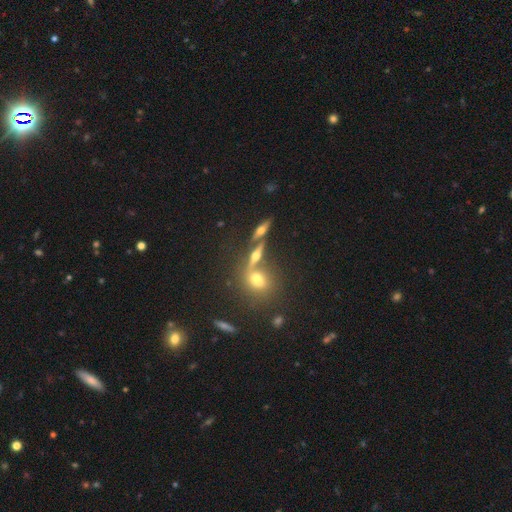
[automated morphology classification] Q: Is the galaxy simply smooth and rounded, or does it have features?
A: featured or disk — 54%.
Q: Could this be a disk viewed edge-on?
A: yes — 84%.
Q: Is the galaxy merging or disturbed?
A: none — 62%.